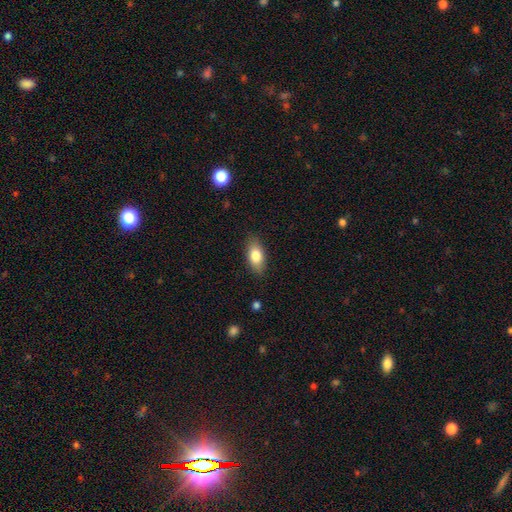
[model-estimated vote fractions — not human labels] smooth_or_featured: smooth (p=0.80) [alt: featured or disk p=0.13]
how_rounded: in between (p=0.87) [alt: cigar-shaped p=0.08]
merging: none (p=0.86) [alt: minor disturbance p=0.11]